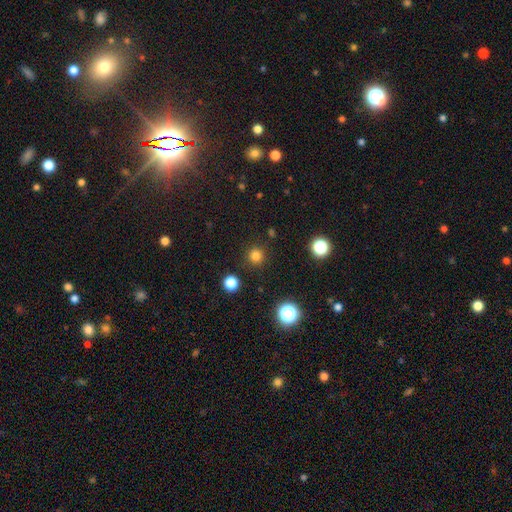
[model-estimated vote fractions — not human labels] smooth 80%, star or artifact 16%, featured or disk 4%. Down the decision tree: how rounded — round (96%); merging — none (90%).